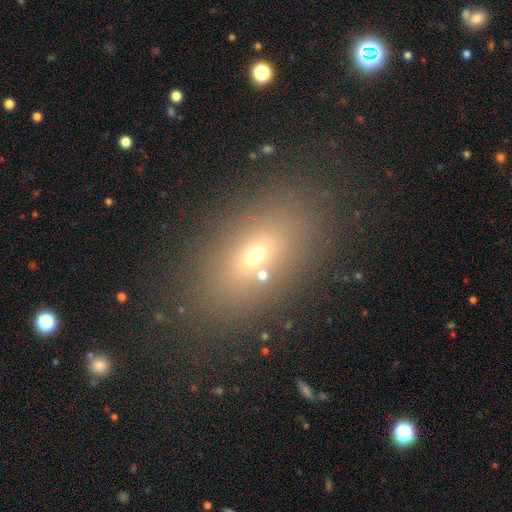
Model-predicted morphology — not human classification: This appears to be a smooth galaxy with no disk features (59%) that is in between round and cigar-shaped (79%). Merging: none (77%).